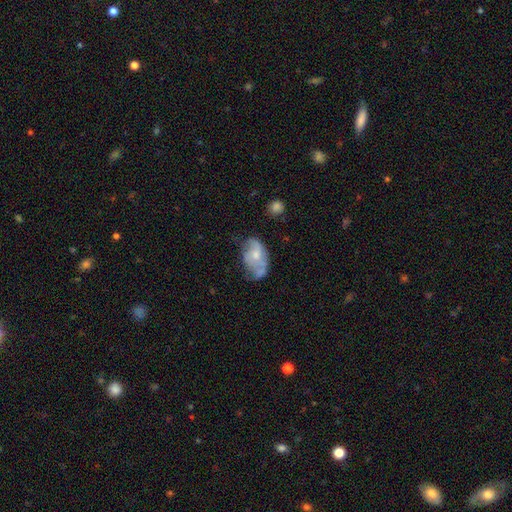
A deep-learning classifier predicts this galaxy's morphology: A featured or disk galaxy (53%) with no bar (77%), spiral arms (55%) and a moderate central bulge (47%).

Vote fractions:
- Smooth or featured? featured or disk: 53% / smooth: 40% / star or artifact: 7%
- Edge-on disk? no: 95% / yes: 5%
- Bar? no: 77% / weak: 20% / strong: 3%
- Spiral arms? yes: 55% / no: 45%
- Bulge size? moderate: 47% / small: 40% / none: 8% / large: 4% / dominant: 1%
- Merging? none: 38% / minor disturbance: 34% / major disturbance: 21% / merger: 7%